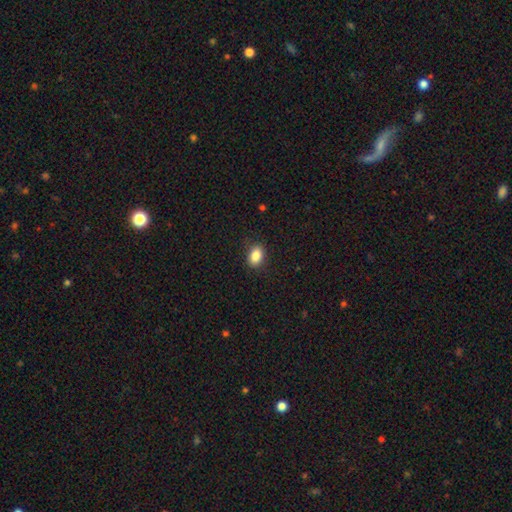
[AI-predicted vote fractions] Smooth or featured? smooth (87%)
How rounded? in between (82%)
Merging? none (87%)